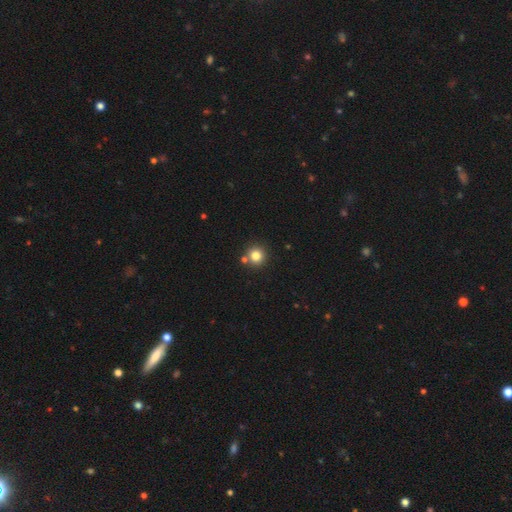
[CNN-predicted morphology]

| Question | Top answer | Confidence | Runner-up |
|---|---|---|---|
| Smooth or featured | smooth | 81% | star or artifact (13%) |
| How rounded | round | 94% | in between (6%) |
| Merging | none | 78% | merger (12%) |